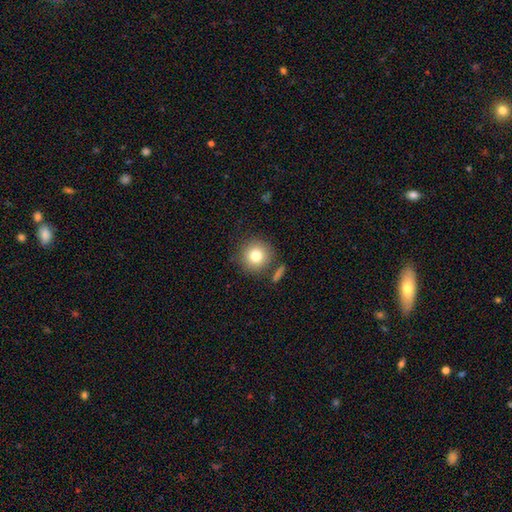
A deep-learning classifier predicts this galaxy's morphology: Smooth or featured?
  - smooth: 80% *
  - star or artifact: 11%
  - featured or disk: 9%
How rounded?
  - round: 94% *
  - in between: 5%
  - cigar-shaped: 1%
Merging?
  - none: 82% *
  - minor disturbance: 9%
  - merger: 7%
  - major disturbance: 3%